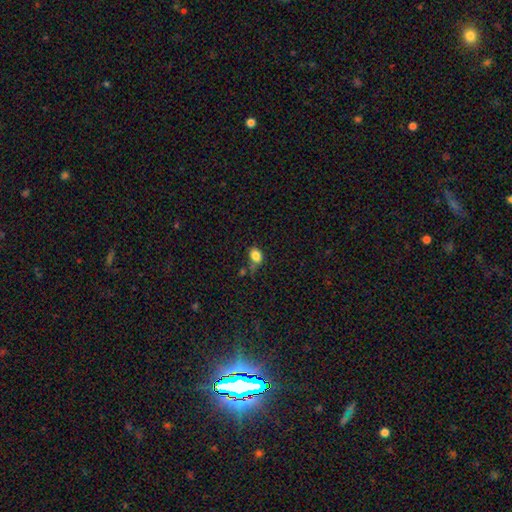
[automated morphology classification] smooth_or_featured: smooth (p=0.82) [alt: star or artifact p=0.11]
how_rounded: in between (p=0.65) [alt: round p=0.33]
merging: none (p=0.51) [alt: minor disturbance p=0.25]